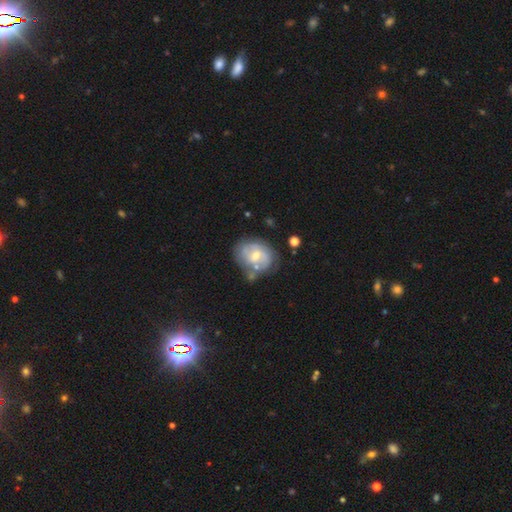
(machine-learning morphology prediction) Smooth or featured: featured or disk — 58% (smooth — 35%)
Edge-on disk: no — 97% (yes — 3%)
Bar: no — 53% (weak — 39%)
Spiral arms: yes — 59% (no — 41%)
Bulge size: moderate — 59% (small — 36%)
Merging: none — 48% (minor disturbance — 26%)